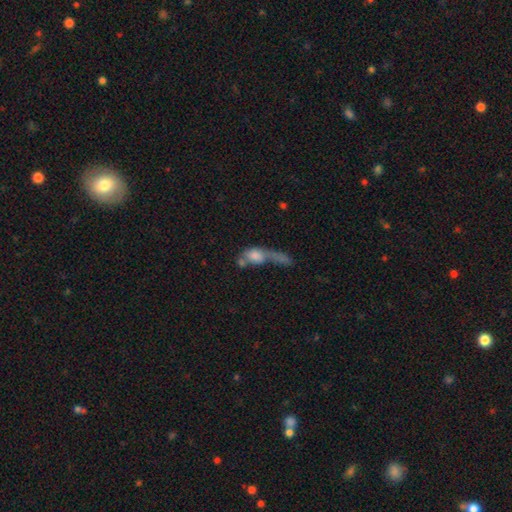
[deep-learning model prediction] A smooth galaxy with no disk features (66%) that is in between round and cigar-shaped (63%).

Vote fractions:
- Smooth or featured? smooth: 66% / featured or disk: 23% / star or artifact: 10%
- How rounded? in between: 63% / round: 23% / cigar-shaped: 14%
- Merging? merger: 47% / major disturbance: 28% / none: 15% / minor disturbance: 10%